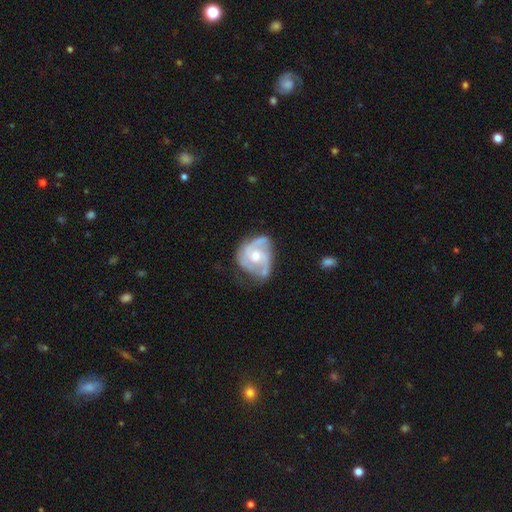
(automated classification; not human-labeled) Smooth or featured?
  - featured or disk: 83% *
  - smooth: 13%
  - star or artifact: 5%
Edge-on disk?
  - no: 98% *
  - yes: 2%
Bar?
  - no: 71% *
  - weak: 25%
  - strong: 4%
Spiral arms?
  - yes: 92% *
  - no: 8%
Spiral winding?
  - medium: 44% *
  - tight: 42%
  - loose: 14%
Spiral arm count?
  - 2: 37% * (tied)
  - 3: 37% * (tied)
  - can't tell: 15%
  - 1: 5%
  - 4: 4%
  - more than 4: 3%
Bulge size?
  - moderate: 61% *
  - small: 34%
  - large: 3%
  - none: 1%
  - dominant: 1%
Merging?
  - none: 51% *
  - minor disturbance: 30%
  - major disturbance: 15%
  - merger: 4%